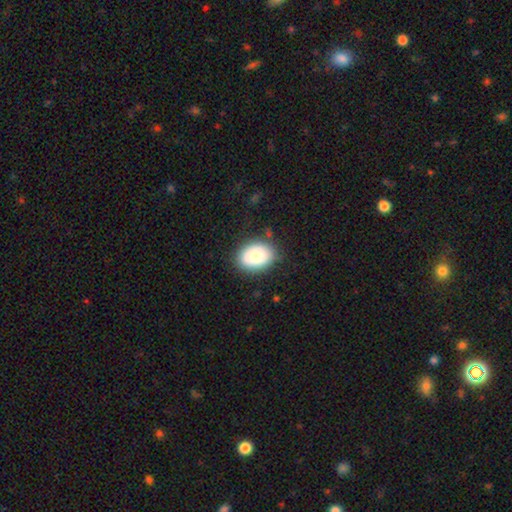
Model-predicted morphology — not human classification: smooth-or-featured: smooth: 80% | featured or disk: 13% | star or artifact: 7%
  how-rounded: in between: 75% | round: 24% | cigar-shaped: 1%
  merging: none: 79% | minor disturbance: 15% | major disturbance: 4% | merger: 2%